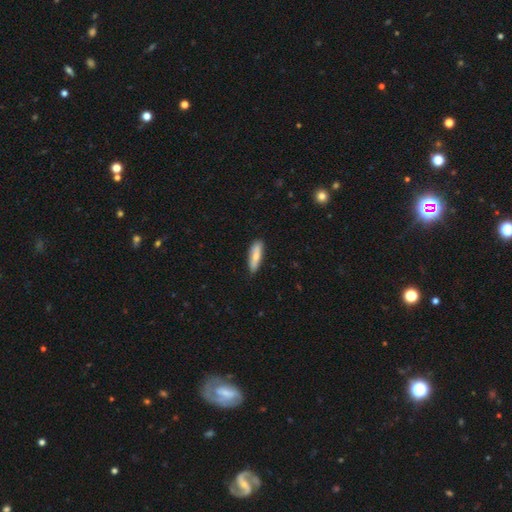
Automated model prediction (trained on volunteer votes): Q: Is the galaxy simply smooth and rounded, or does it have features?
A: smooth — 75%.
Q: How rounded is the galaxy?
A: cigar-shaped — 62%.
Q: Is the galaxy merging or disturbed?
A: none — 85%.